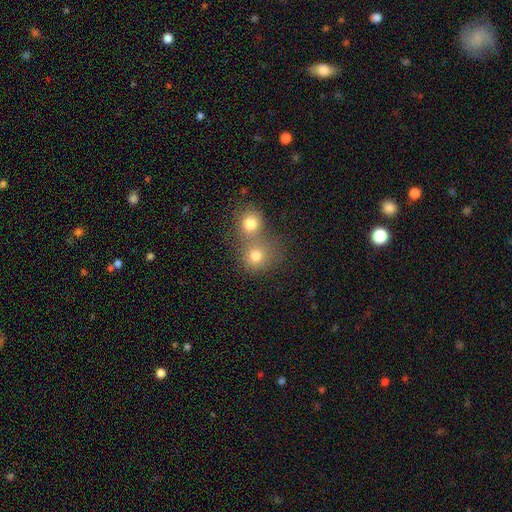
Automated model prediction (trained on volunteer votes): Morphology: type=smooth (78%); roundness=round (83%); merging=merger (52%).